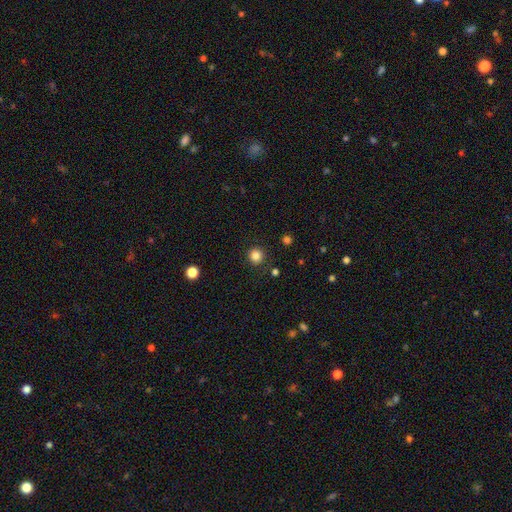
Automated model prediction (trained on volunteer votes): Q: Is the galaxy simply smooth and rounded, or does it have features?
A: smooth — 84%.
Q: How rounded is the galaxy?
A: round — 95%.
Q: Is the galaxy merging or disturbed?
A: none — 91%.